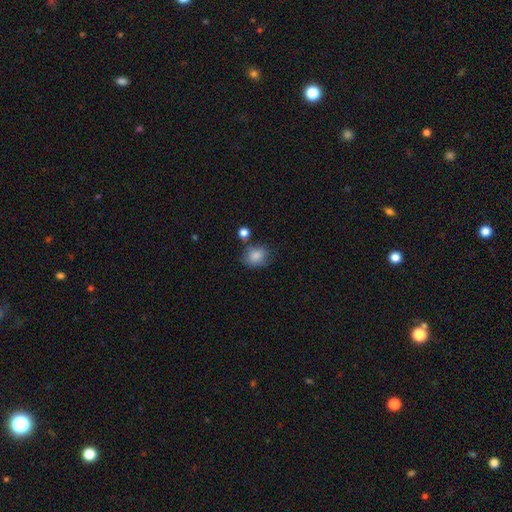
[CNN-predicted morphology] Smooth or featured?
  - smooth: 83% *
  - star or artifact: 9%
  - featured or disk: 8%
How rounded?
  - round: 50% *
  - in between: 49%
  - cigar-shaped: 1%
Merging?
  - none: 58% *
  - minor disturbance: 24%
  - merger: 9%
  - major disturbance: 8%